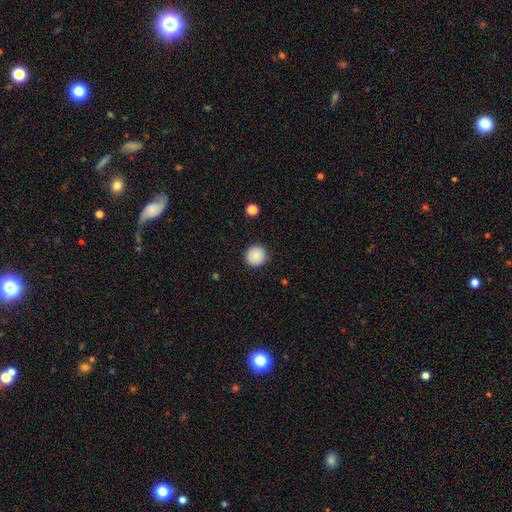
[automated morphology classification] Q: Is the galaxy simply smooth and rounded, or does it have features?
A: smooth — 85%.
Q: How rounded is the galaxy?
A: round — 94%.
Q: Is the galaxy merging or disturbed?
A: none — 91%.